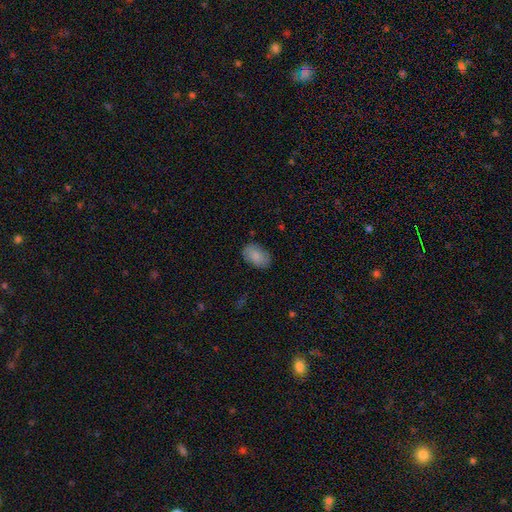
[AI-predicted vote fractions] Q: Smooth or featured?
A: smooth (83%); runner-up: featured or disk (10%)
Q: How rounded?
A: in between (91%); runner-up: round (8%)
Q: Merging?
A: none (82%); runner-up: minor disturbance (13%)